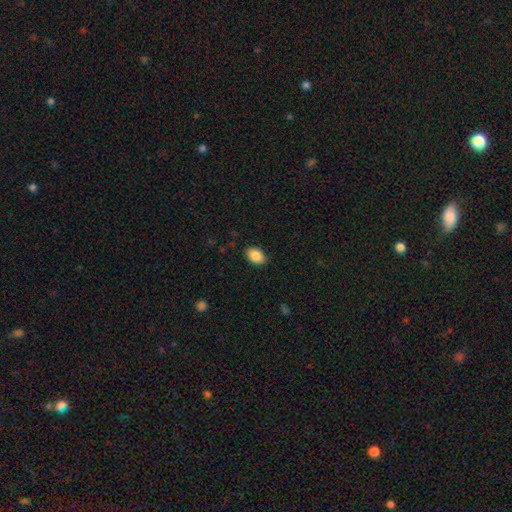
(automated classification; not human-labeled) This appears to be a smooth galaxy with no disk features (88%) that is in between round and cigar-shaped (82%). Merging: none (88%).